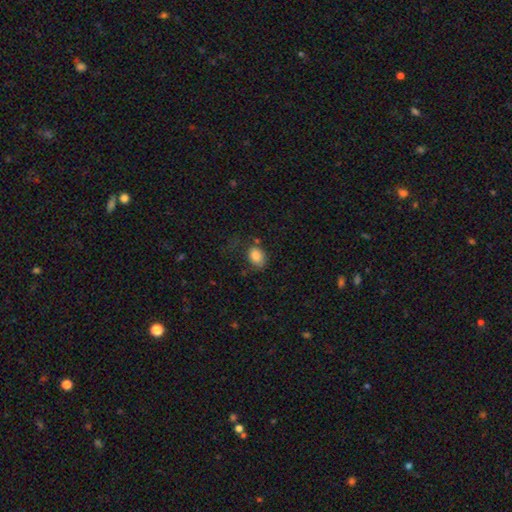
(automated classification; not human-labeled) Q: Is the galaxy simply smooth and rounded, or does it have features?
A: smooth — 84%.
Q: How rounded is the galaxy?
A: in between — 73%.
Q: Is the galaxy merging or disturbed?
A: none — 58%.